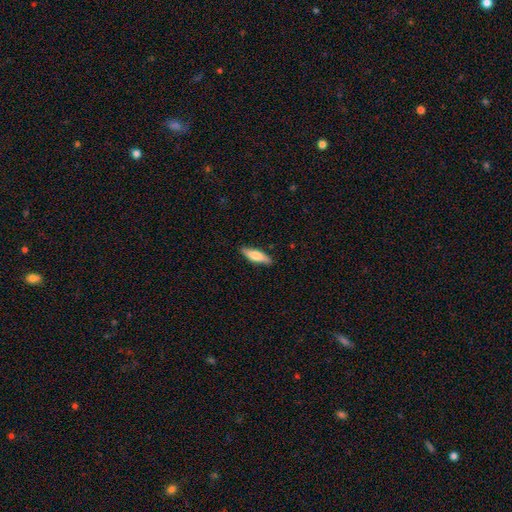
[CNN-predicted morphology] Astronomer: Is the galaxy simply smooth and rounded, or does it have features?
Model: smooth — 67%.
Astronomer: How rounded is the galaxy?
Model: cigar-shaped — 62%.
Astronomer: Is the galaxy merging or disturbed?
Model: none — 86%.